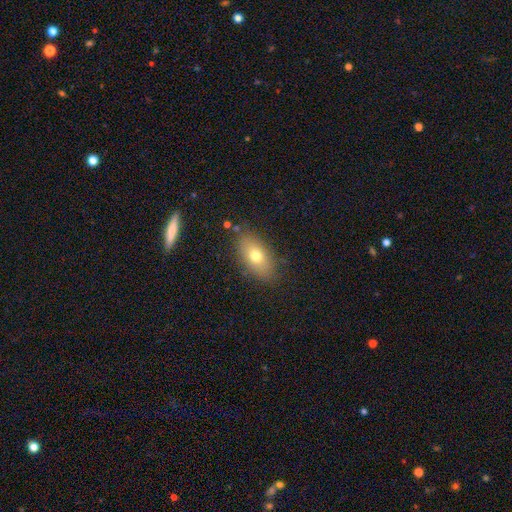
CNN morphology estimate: The model was most divided on "smooth or featured": smooth: 71%, featured or disk: 19%, star or artifact: 10%. More confident: how rounded — in between (86%); merging — none (82%).